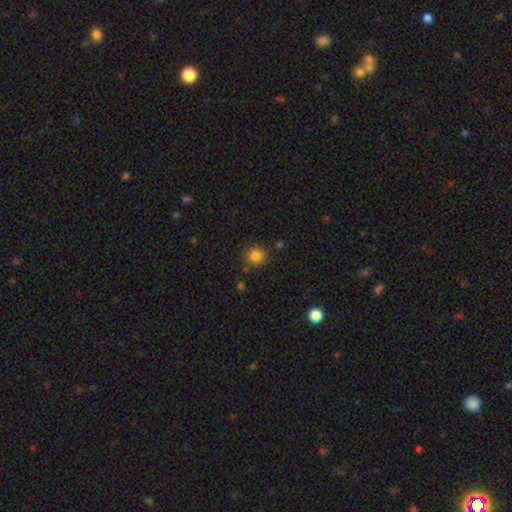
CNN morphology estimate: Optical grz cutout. It shows a smooth galaxy with no disk features (83%) that is round (87%). Merging: none (82%).